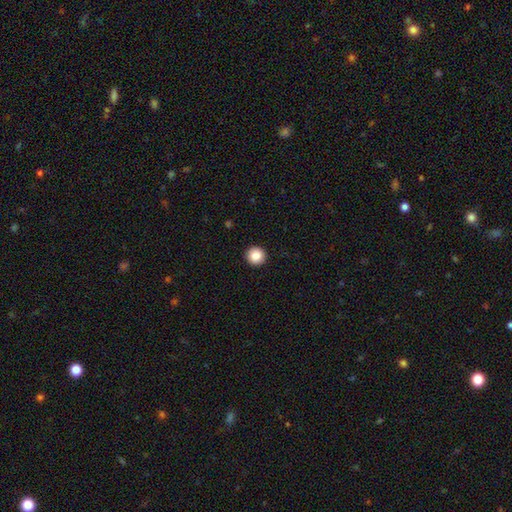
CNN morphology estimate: This is clearly a smooth galaxy (86%). How rounded: clearly round (96%). Merging: clearly none (94%).